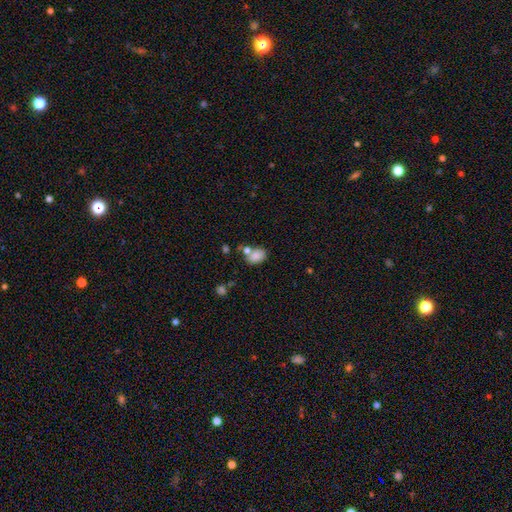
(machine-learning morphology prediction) smooth-or-featured: smooth: 81% | star or artifact: 10% | featured or disk: 9%
  how-rounded: in between: 75% | round: 24% | cigar-shaped: 1%
  merging: none: 50% | merger: 27% | minor disturbance: 17% | major disturbance: 6%